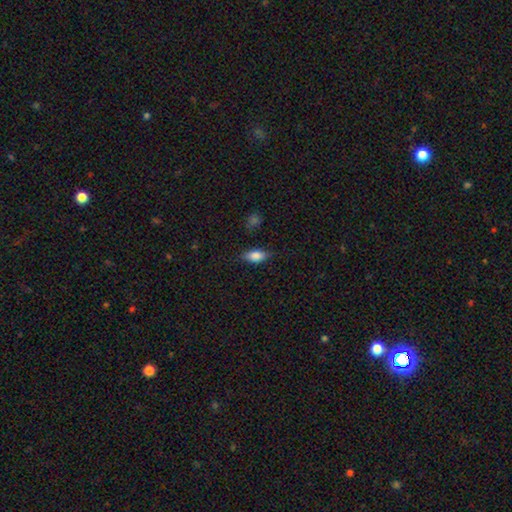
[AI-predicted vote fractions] Overall: smooth (81%). How rounded: in between (85%). Merging: none (78%).